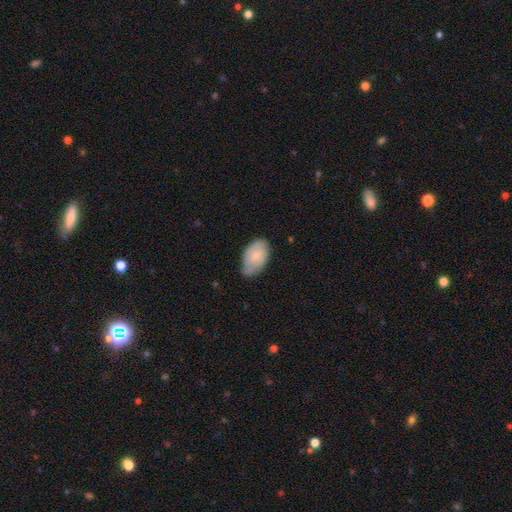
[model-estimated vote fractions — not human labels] Smooth or featured: smooth — 71% (featured or disk — 23%)
How rounded: in between — 93% (round — 5%)
Merging: none — 57% (minor disturbance — 36%)